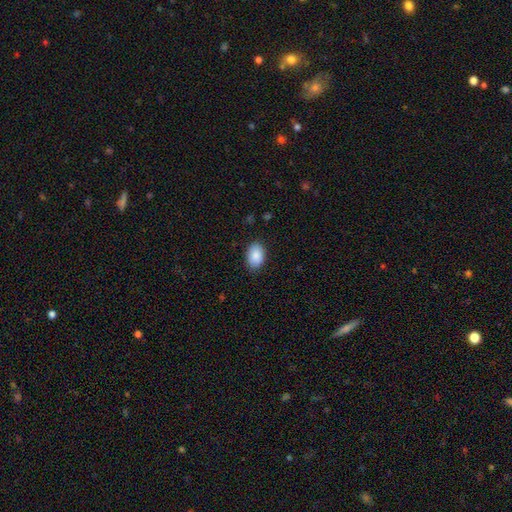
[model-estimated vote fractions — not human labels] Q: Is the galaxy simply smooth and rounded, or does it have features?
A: smooth — 88%.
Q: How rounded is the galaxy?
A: in between — 86%.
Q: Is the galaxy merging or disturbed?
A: none — 85%.